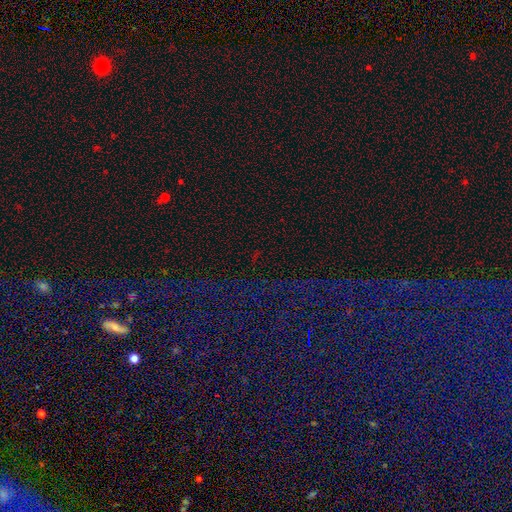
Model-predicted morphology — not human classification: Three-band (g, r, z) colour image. It shows a star or artifact, not a galaxy (75%).